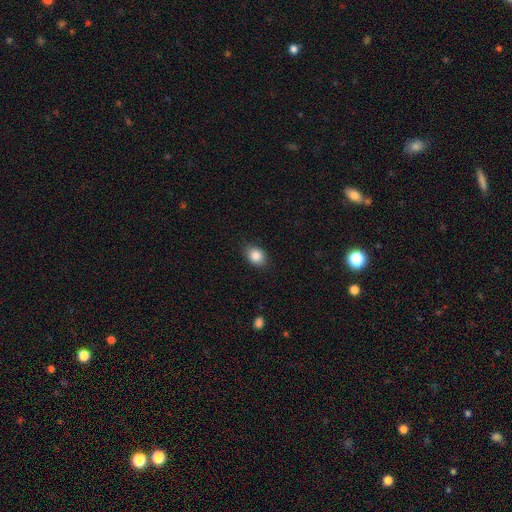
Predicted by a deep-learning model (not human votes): Morphology: type=smooth (87%); roundness=in between (64%); merging=none (83%).